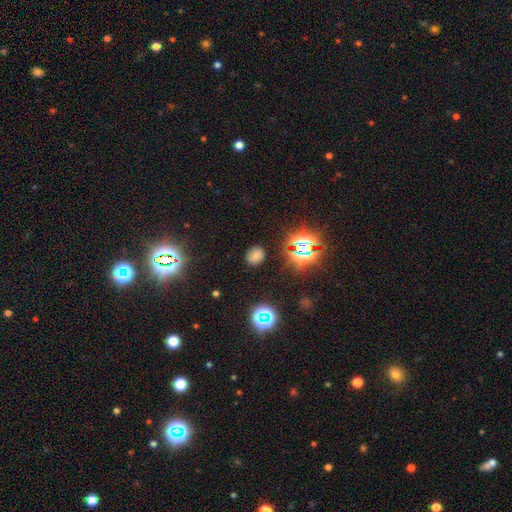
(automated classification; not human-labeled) Q: Smooth or featured?
A: smooth (64%); runner-up: star or artifact (28%)
Q: How rounded?
A: round (60%); runner-up: in between (38%)
Q: Merging?
A: none (85%); runner-up: minor disturbance (10%)